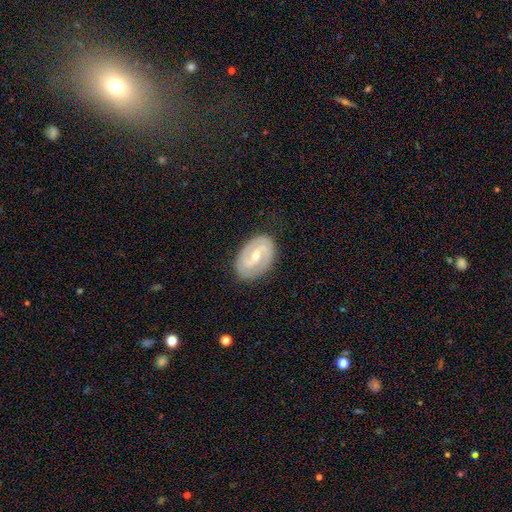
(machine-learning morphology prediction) smooth_or_featured: featured or disk (p=0.83) [alt: smooth p=0.12]
disk_edge_on: no (p=0.97) [alt: yes p=0.03]
bar: weak (p=0.49) [alt: no p=0.27]
has_spiral_arms: yes (p=0.93) [alt: no p=0.07]
spiral_winding: tight (p=0.49) [alt: medium p=0.41]
spiral_arm_count: 2 (p=0.88) [alt: can't tell p=0.06]
bulge_size: small (p=0.49) [alt: moderate p=0.48]
merging: none (p=0.84) [alt: minor disturbance p=0.12]